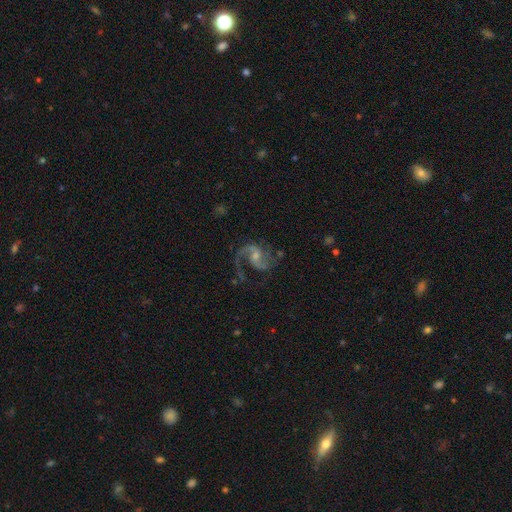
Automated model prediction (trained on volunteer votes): A featured or disk galaxy (90%) with no bar (46%), 2 (83%) medium (50%) spiral arms (97%) and a small central bulge (49%). Merging: none (64%).